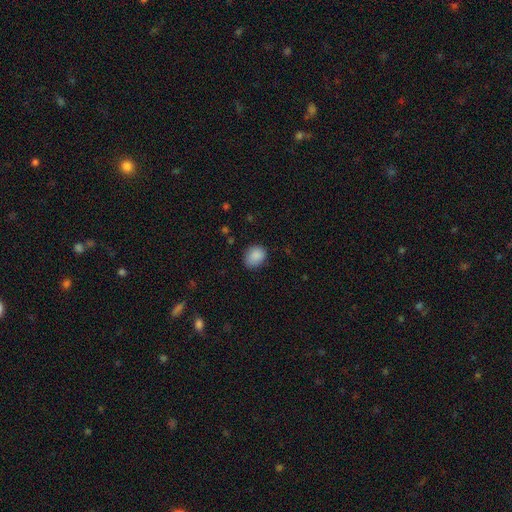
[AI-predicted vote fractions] smooth_or_featured: smooth (p=0.88) [alt: star or artifact p=0.08]
how_rounded: in between (p=0.57) [alt: round p=0.42]
merging: none (p=0.75) [alt: minor disturbance p=0.20]